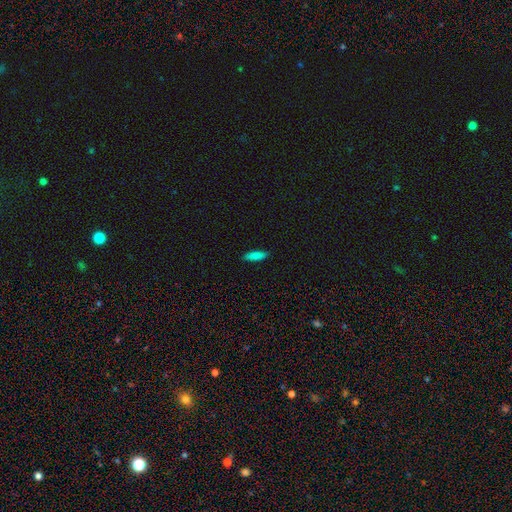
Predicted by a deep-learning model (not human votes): This is clearly a smooth galaxy (86%). How rounded: possibly cigar-shaped (56%). Merging: clearly none (88%).